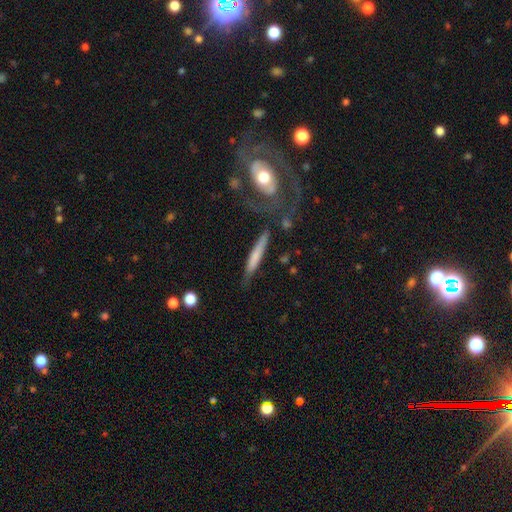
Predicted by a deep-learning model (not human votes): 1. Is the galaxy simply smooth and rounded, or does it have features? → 57% smooth, 37% featured or disk, 6% star or artifact.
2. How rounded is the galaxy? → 91% cigar-shaped, 6% in between, 2% round.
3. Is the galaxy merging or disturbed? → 68% none, 16% minor disturbance, 8% major disturbance, 7% merger.